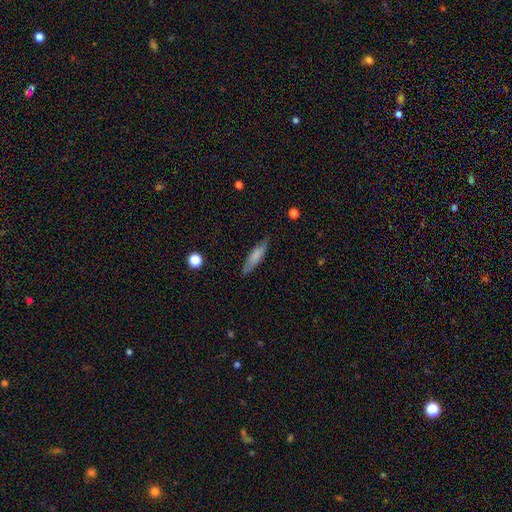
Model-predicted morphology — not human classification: type=smooth (72%); roundness=cigar-shaped (69%); merging=none (82%).